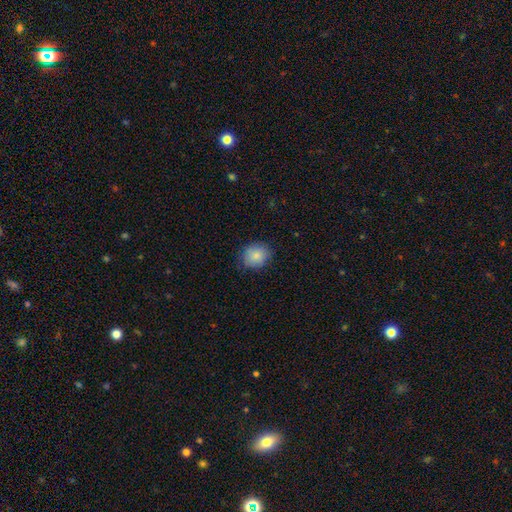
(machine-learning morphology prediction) smooth 86%, star or artifact 8%, featured or disk 7%. Down the decision tree: how rounded — round (69%); merging — none (79%).